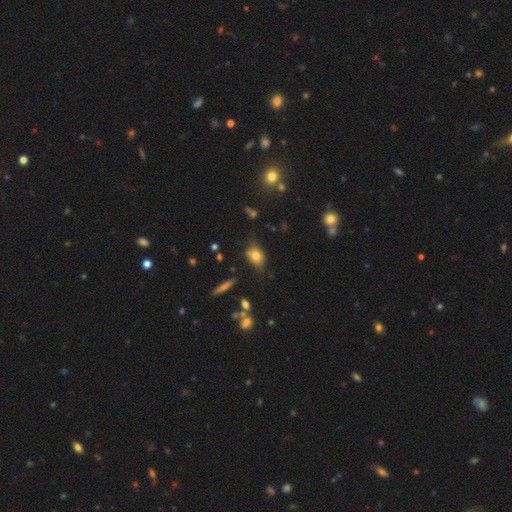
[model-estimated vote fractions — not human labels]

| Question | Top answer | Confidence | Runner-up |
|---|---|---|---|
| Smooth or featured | smooth | 74% | featured or disk (14%) |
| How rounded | in between | 74% | round (23%) |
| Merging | none | 64% | minor disturbance (25%) |